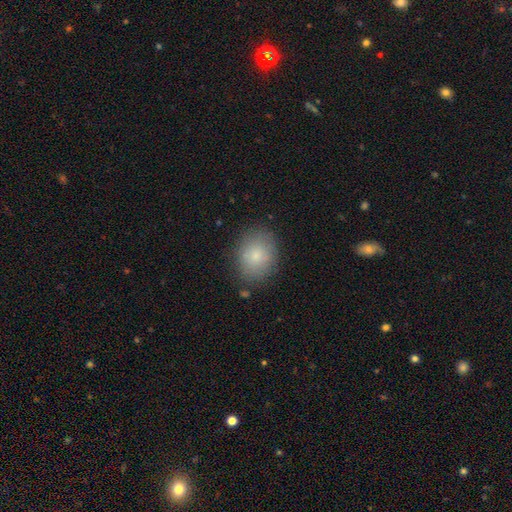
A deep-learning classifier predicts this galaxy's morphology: A smooth galaxy with no disk features (81%) that is in between round and cigar-shaped (60%).

Vote fractions:
- Smooth or featured? smooth: 81% / featured or disk: 10% / star or artifact: 8%
- How rounded? in between: 60% / round: 39% / cigar-shaped: 1%
- Merging? none: 81% / minor disturbance: 13% / major disturbance: 4% / merger: 2%